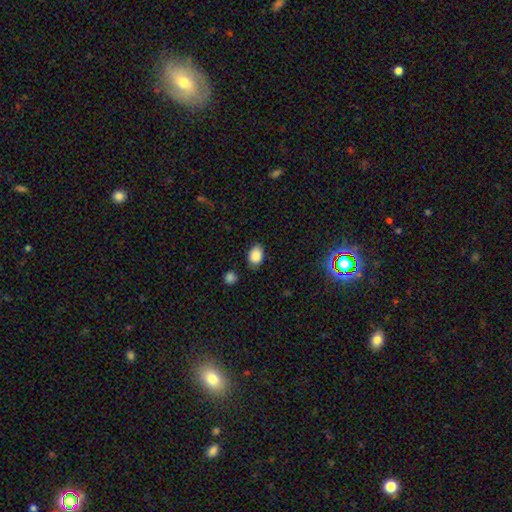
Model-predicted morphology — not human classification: smooth-or-featured: smooth: 86% | star or artifact: 9% | featured or disk: 5%
  how-rounded: in between: 79% | round: 20% | cigar-shaped: 1%
  merging: none: 76% | minor disturbance: 18% | major disturbance: 4% | merger: 2%